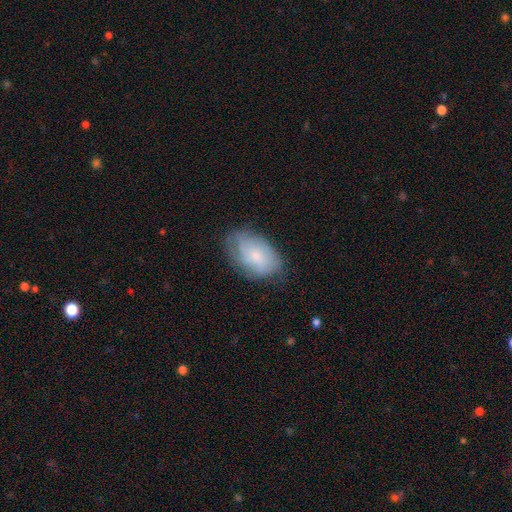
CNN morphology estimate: This is possibly a smooth galaxy (60%). How rounded: clearly in between (90%). Merging: likely none (67%).